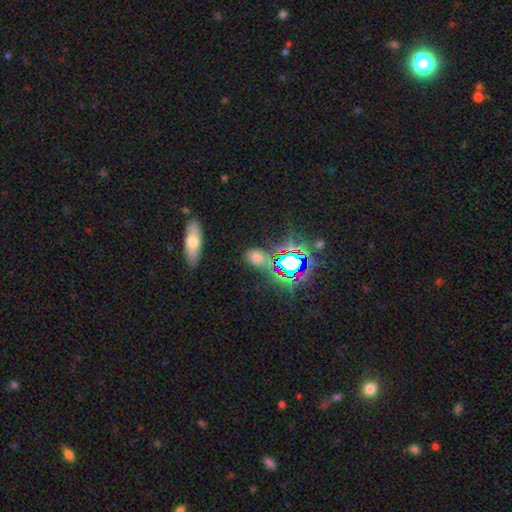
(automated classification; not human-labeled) The model was most divided on "smooth or featured": star or artifact: 55%, smooth: 34%, featured or disk: 11%.